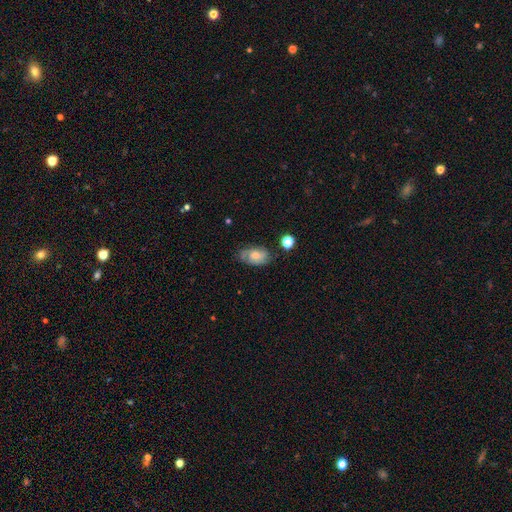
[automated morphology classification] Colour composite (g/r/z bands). It shows a featured or disk galaxy (46%). Merging: none (68%).